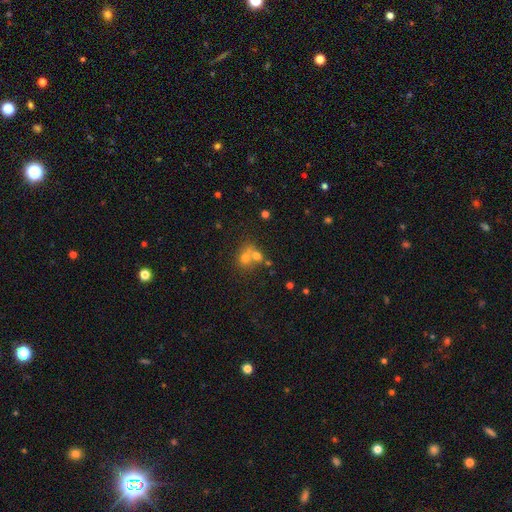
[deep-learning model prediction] Smooth or featured? smooth (62%)
How rounded? round (64%)
Merging? merger (61%)